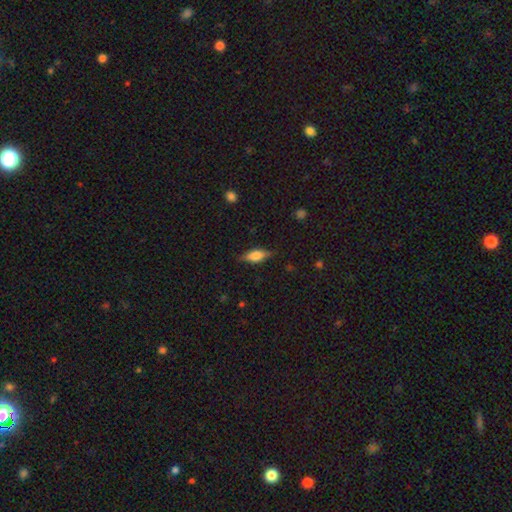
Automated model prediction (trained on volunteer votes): Smooth or featured?
  - smooth: 64% *
  - featured or disk: 28%
  - star or artifact: 7%
How rounded?
  - in between: 69% *
  - cigar-shaped: 28%
  - round: 3%
Merging?
  - none: 81% *
  - minor disturbance: 14%
  - major disturbance: 3%
  - merger: 1%